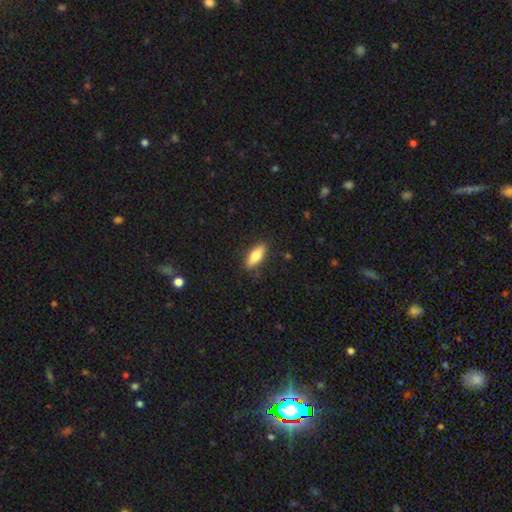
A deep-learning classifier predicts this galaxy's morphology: Smooth or featured?
  - smooth: 78% *
  - featured or disk: 16%
  - star or artifact: 6%
How rounded?
  - in between: 70% *
  - cigar-shaped: 27%
  - round: 2%
Merging?
  - none: 84% *
  - minor disturbance: 12%
  - major disturbance: 3%
  - merger: 1%